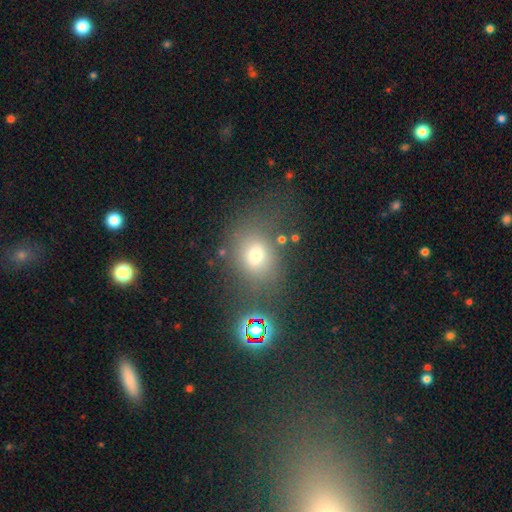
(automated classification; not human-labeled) smooth_or_featured: smooth (p=0.67) [alt: star or artifact p=0.19]
how_rounded: round (p=0.52) [alt: in between p=0.46]
merging: none (p=0.62) [alt: minor disturbance p=0.18]